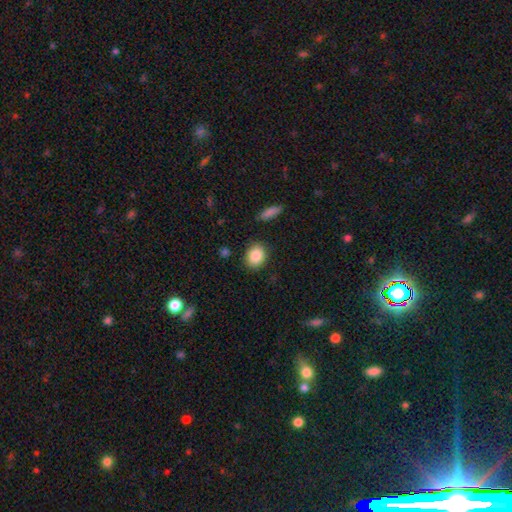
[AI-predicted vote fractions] This appears to be a smooth galaxy with no disk features (88%) that is round (52%). Merging: none (86%).